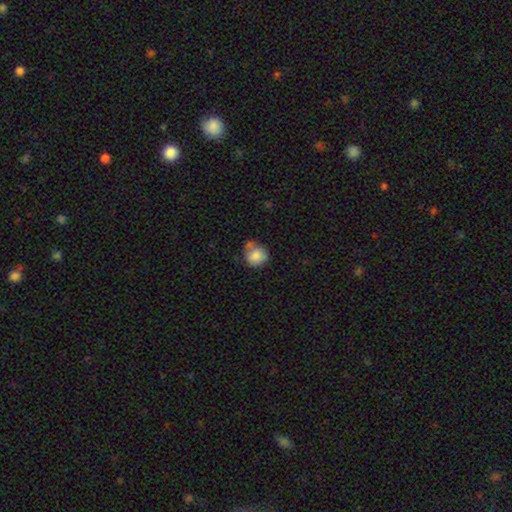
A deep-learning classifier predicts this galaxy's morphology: smooth_or_featured: smooth (p=0.84) [alt: star or artifact p=0.08]
how_rounded: round (p=0.81) [alt: in between p=0.18]
merging: none (p=0.52) [alt: minor disturbance p=0.23]